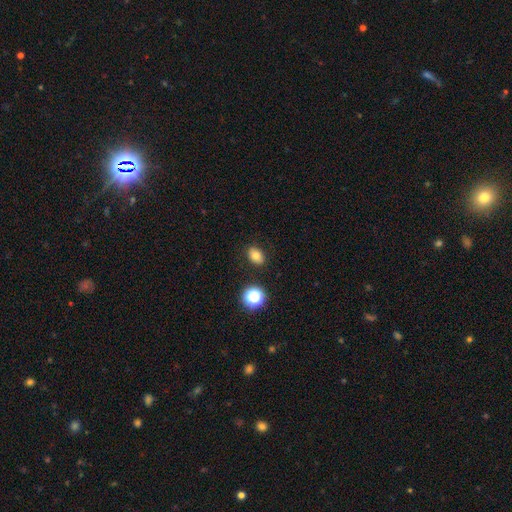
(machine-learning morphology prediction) Smooth or featured?
  - smooth: 77% *
  - star or artifact: 13%
  - featured or disk: 10%
How rounded?
  - in between: 73% *
  - round: 26%
  - cigar-shaped: 1%
Merging?
  - none: 87% *
  - minor disturbance: 9%
  - major disturbance: 2%
  - merger: 2%